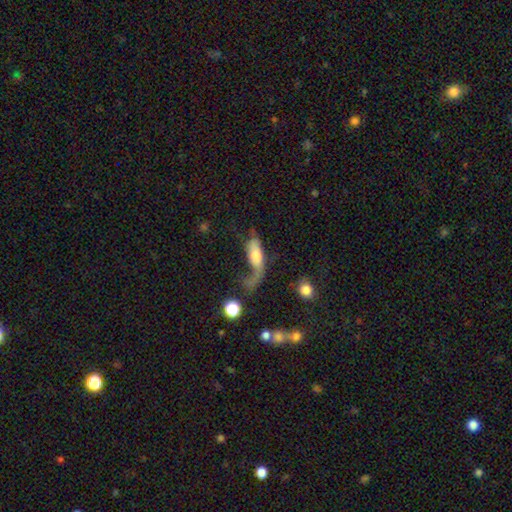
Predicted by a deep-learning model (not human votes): Smooth or featured?
  - smooth: 53% *
  - featured or disk: 39%
  - star or artifact: 9%
How rounded?
  - in between: 66% *
  - cigar-shaped: 30%
  - round: 5%
Merging?
  - major disturbance: 49% *
  - none: 23%
  - minor disturbance: 16%
  - merger: 11%